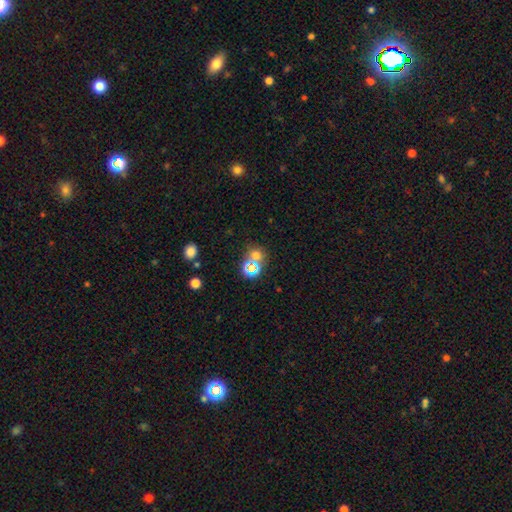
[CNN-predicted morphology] The model was most divided on "smooth or featured": smooth: 53%, star or artifact: 39%, featured or disk: 9%. More confident: how rounded — round (80%); merging — none (67%).